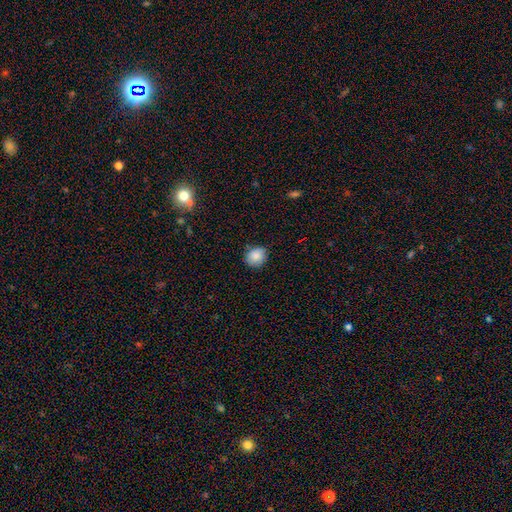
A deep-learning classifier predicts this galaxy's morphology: Overall: smooth (86%). How rounded: round (74%). Merging: none (79%).